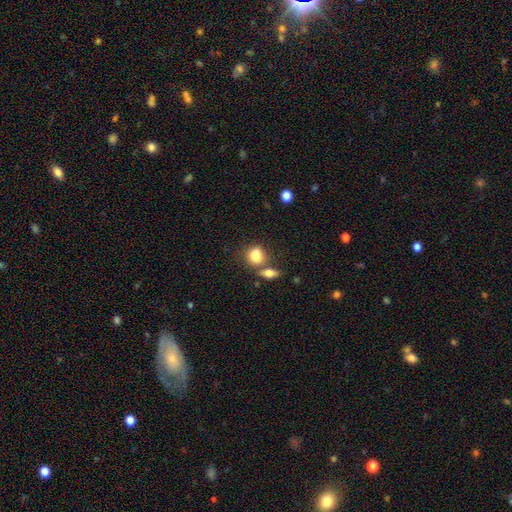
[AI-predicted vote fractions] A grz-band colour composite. It shows a smooth galaxy with no disk features (81%) that is round (54%). Merging: none (53%).